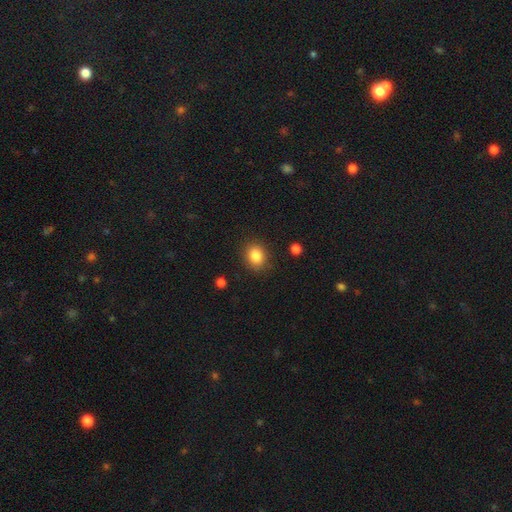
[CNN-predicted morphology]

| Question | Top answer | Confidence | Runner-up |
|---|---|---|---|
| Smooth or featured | smooth | 85% | star or artifact (10%) |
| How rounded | round | 51% | in between (48%) |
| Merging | none | 85% | minor disturbance (10%) |